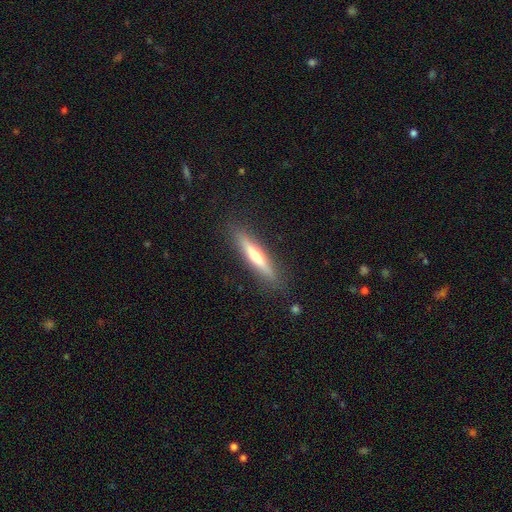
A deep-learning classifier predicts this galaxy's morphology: Smooth or featured?
  - featured or disk: 52% *
  - smooth: 42%
  - star or artifact: 6%
Edge-on disk?
  - yes: 95% *
  - no: 5%
Merging?
  - none: 88% *
  - minor disturbance: 8%
  - major disturbance: 2%
  - merger: 1%